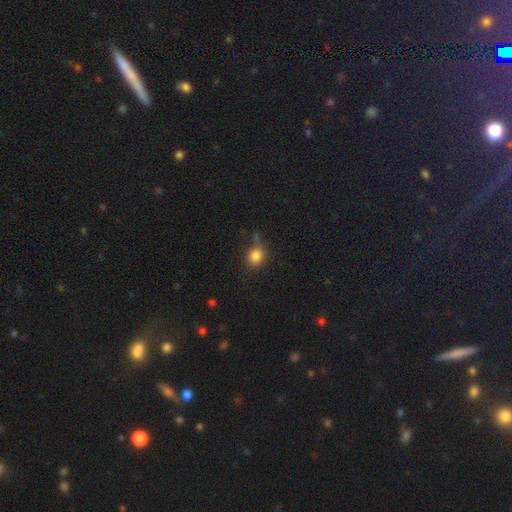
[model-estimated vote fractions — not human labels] Overall: smooth (83%). How rounded: round (72%). Merging: none (63%).